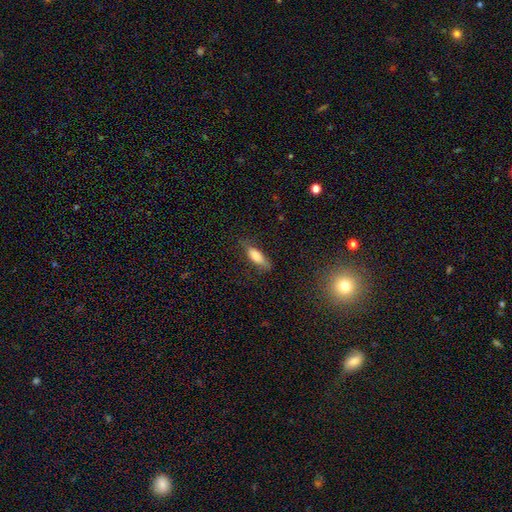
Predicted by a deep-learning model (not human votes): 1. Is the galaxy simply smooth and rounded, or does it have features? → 76% smooth, 16% featured or disk, 7% star or artifact.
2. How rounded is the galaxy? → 55% in between, 43% cigar-shaped, 2% round.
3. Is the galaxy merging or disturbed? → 74% none, 19% minor disturbance, 6% major disturbance, 1% merger.